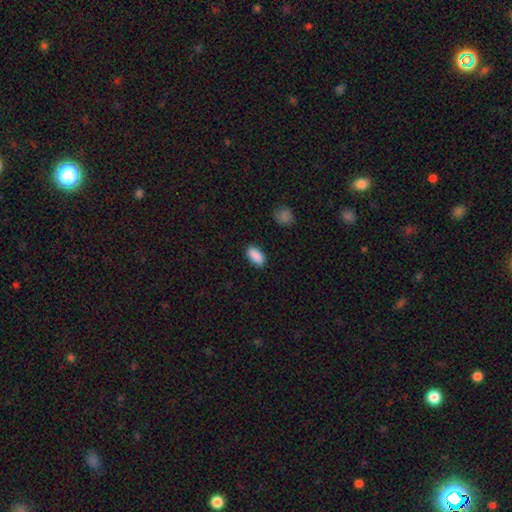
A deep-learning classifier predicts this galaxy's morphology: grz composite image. It shows a smooth galaxy with no disk features (90%) that is in between round and cigar-shaped (92%). Merging: none (88%).